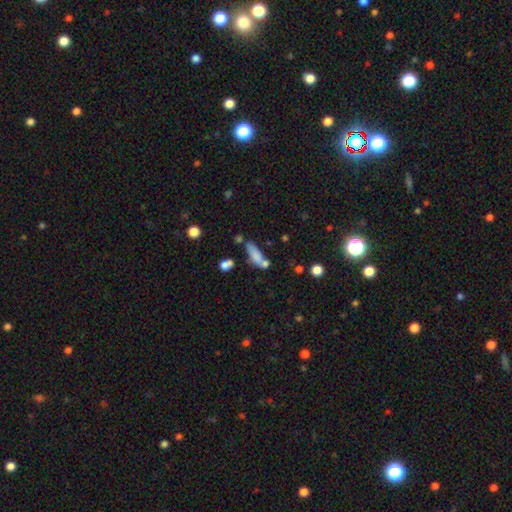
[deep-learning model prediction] Morphology: type=smooth (74%); roundness=in between (49%); merging=none (45%).